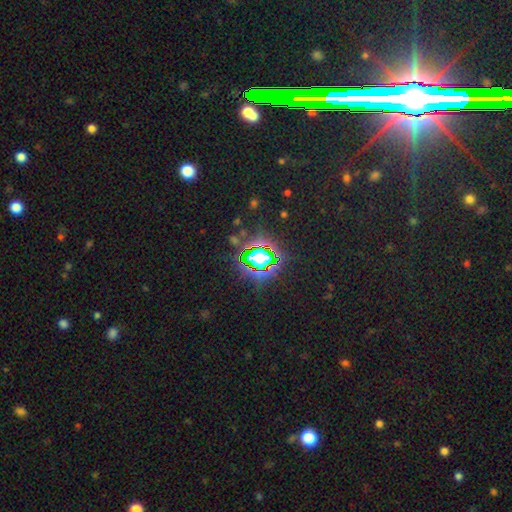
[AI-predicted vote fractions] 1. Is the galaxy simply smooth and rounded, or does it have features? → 82% star or artifact, 11% smooth, 7% featured or disk.